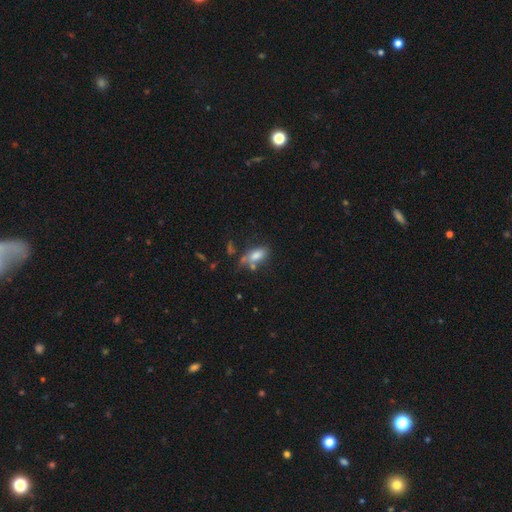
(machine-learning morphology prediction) Smooth or featured?
  - smooth: 76% *
  - featured or disk: 14%
  - star or artifact: 10%
How rounded?
  - in between: 86% *
  - cigar-shaped: 8%
  - round: 5%
Merging?
  - none: 48% *
  - minor disturbance: 22%
  - merger: 19%
  - major disturbance: 11%